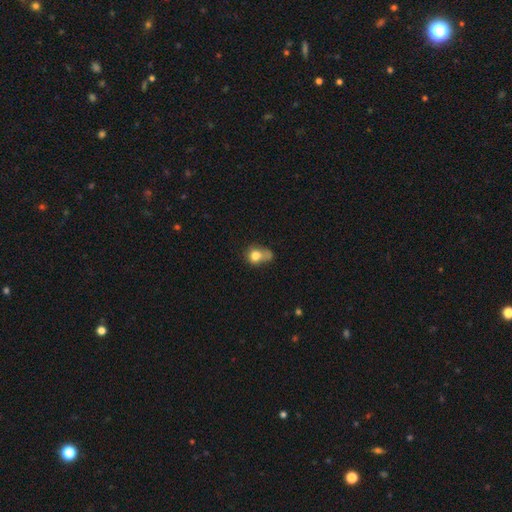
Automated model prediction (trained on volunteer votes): This appears to be a smooth galaxy with no disk features (77%) that is round (60%). Merging: none (31%).